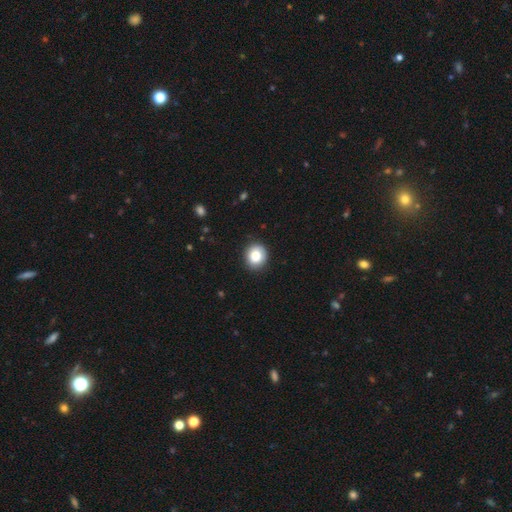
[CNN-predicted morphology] smooth 81%, featured or disk 10%, star or artifact 9%. Down the decision tree: how rounded — round (81%); merging — none (88%).